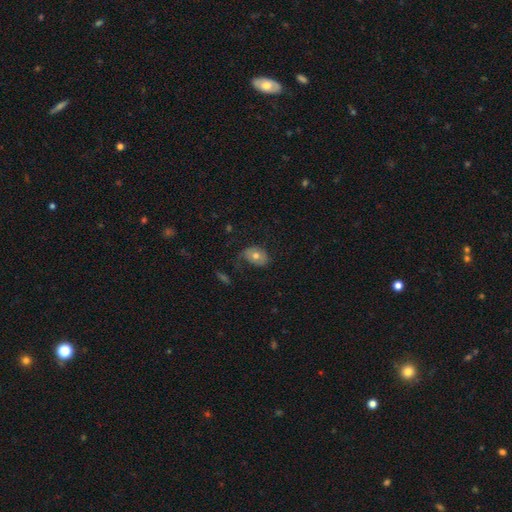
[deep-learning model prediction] smooth 61%, featured or disk 31%, star or artifact 8%. Down the decision tree: how rounded — in between (72%); merging — none (47%).